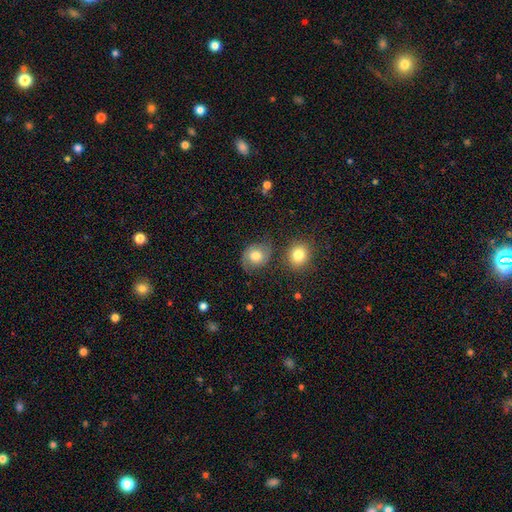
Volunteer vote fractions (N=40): Overall: smooth (72%). How rounded: round (93%). Merging: none (63%; minor disturbance 26%).